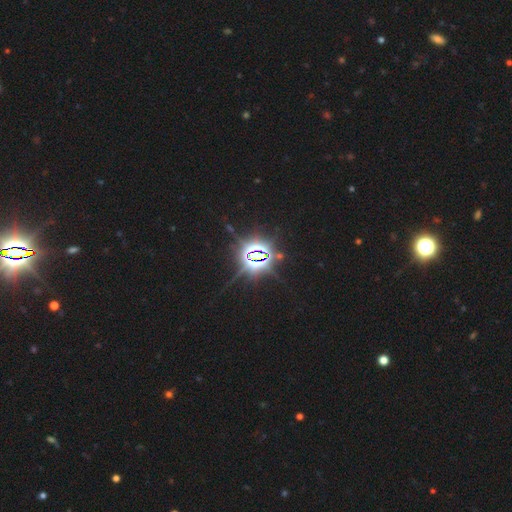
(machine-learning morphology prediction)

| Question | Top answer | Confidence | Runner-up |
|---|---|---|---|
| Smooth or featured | star or artifact | 86% | featured or disk (7%) |